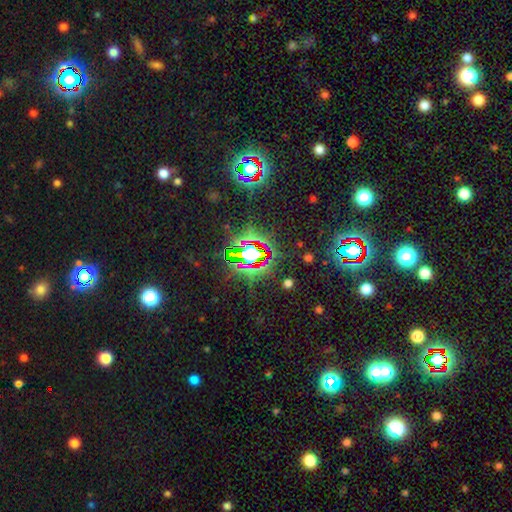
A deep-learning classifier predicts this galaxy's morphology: Smooth or featured?
  - star or artifact: 77% *
  - smooth: 13%
  - featured or disk: 10%